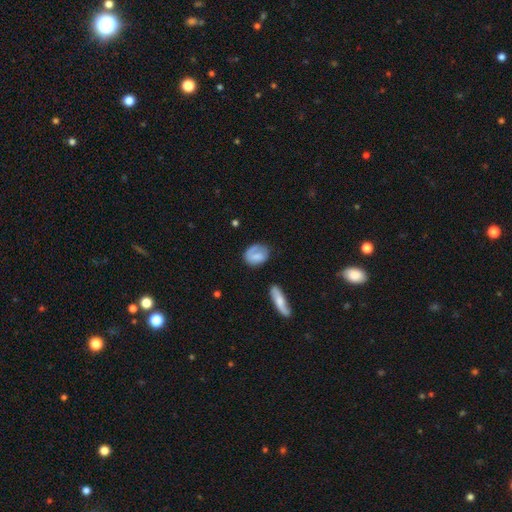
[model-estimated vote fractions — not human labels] Smooth or featured?
  - smooth: 62% *
  - featured or disk: 31%
  - star or artifact: 7%
How rounded?
  - in between: 57% *
  - round: 40%
  - cigar-shaped: 2%
Merging?
  - none: 61% *
  - minor disturbance: 24%
  - major disturbance: 11%
  - merger: 4%